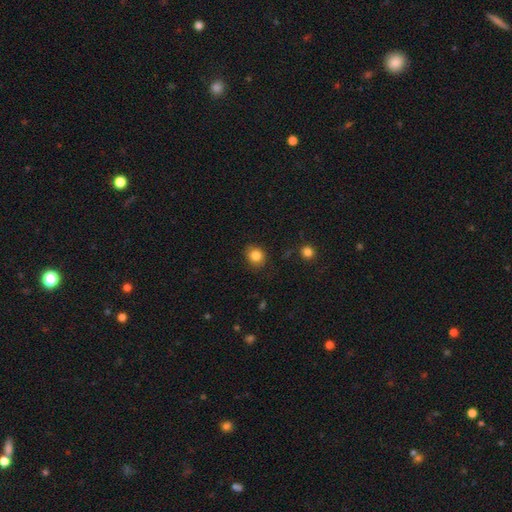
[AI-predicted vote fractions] smooth 84%, star or artifact 11%, featured or disk 6%. Down the decision tree: how rounded — round (79%); merging — none (84%).